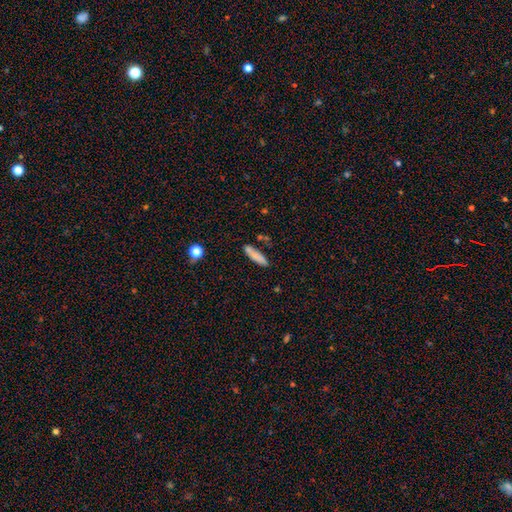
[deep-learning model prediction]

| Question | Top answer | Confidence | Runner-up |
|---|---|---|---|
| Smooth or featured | smooth | 81% | featured or disk (12%) |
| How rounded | cigar-shaped | 67% | in between (31%) |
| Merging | none | 73% | minor disturbance (15%) |